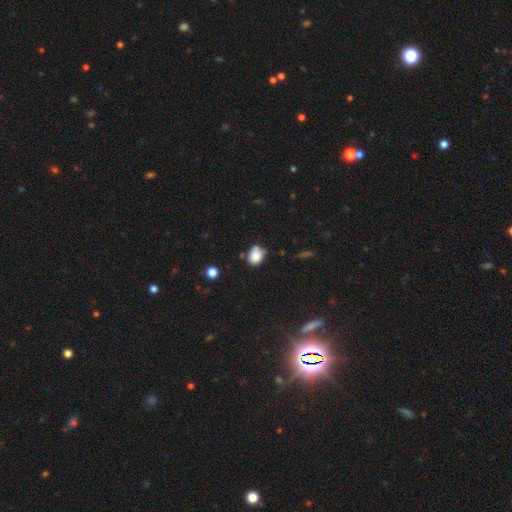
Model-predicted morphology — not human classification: This is clearly a smooth galaxy (84%). How rounded: possibly in between (58%). Merging: possibly none (56%).